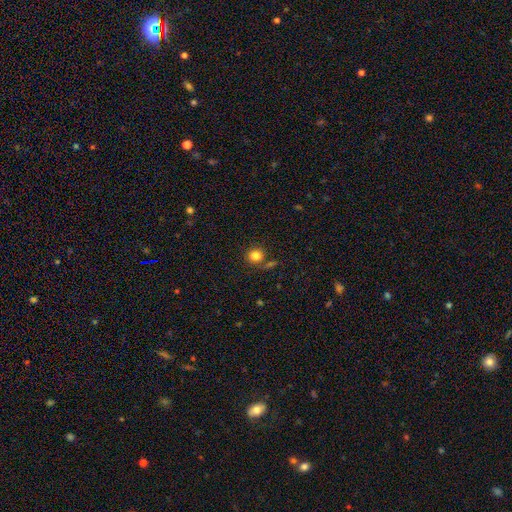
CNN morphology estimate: Overall: smooth (81%). How rounded: round (83%). Merging: none (73%).